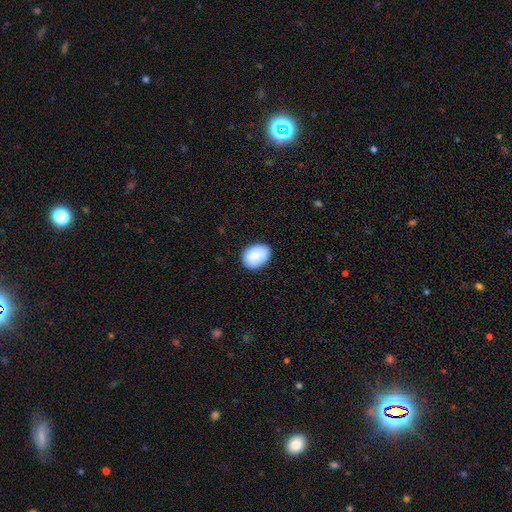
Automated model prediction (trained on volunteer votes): Overall: smooth (86%). How rounded: in between (67%; round 32%). Merging: none (83%).